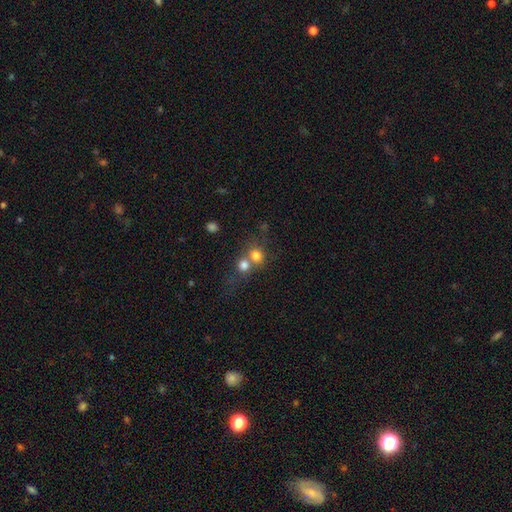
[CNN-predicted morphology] A smooth galaxy with no disk features (76%) that is round (84%). Merging: merger (55%).